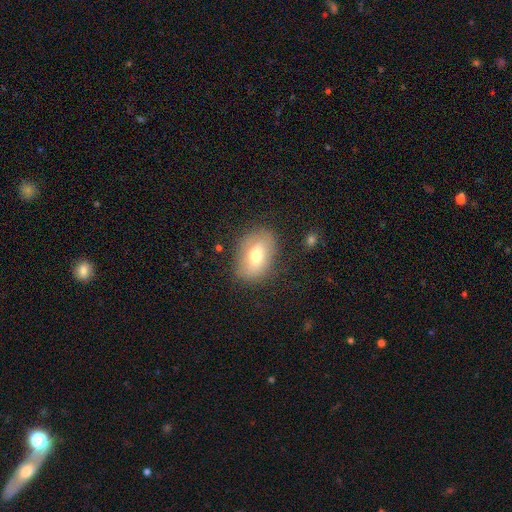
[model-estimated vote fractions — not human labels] The model was most divided on "smooth or featured": smooth: 66%, featured or disk: 25%, star or artifact: 8%. More confident: how rounded — in between (83%); merging — none (79%).